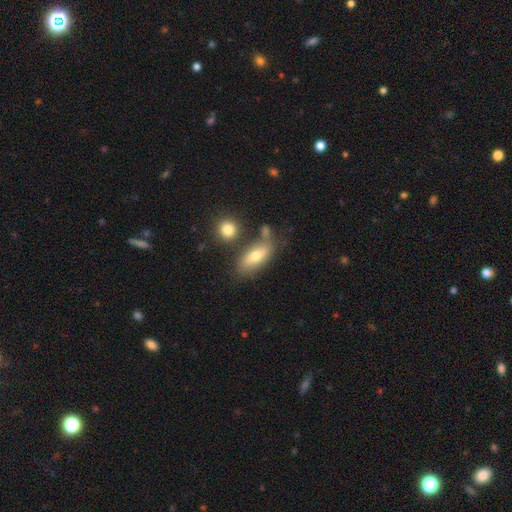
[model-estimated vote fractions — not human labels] A smooth galaxy with no disk features (63%) that is in between round and cigar-shaped (74%).

Vote fractions:
- Smooth or featured? smooth: 63% / featured or disk: 29% / star or artifact: 8%
- How rounded? in between: 74% / cigar-shaped: 21% / round: 4%
- Merging? none: 66% / minor disturbance: 17% / merger: 12% / major disturbance: 5%